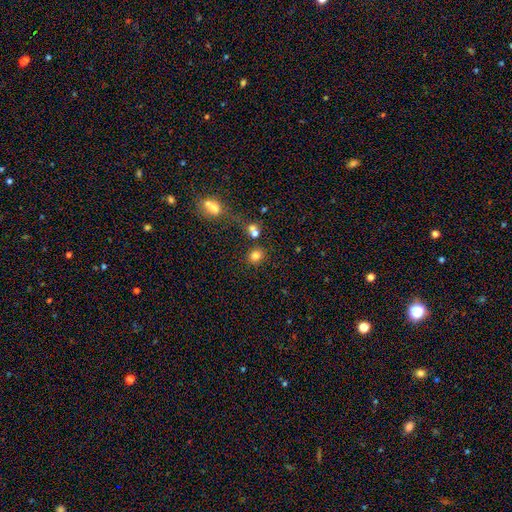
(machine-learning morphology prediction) A smooth galaxy with no disk features (79%) that is round (72%). Merging: none (75%).